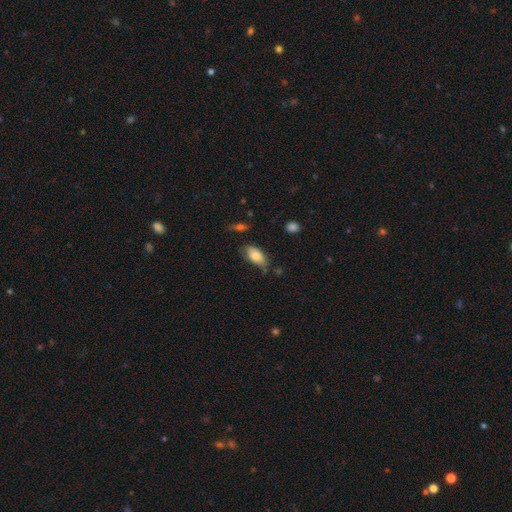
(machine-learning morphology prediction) Smooth or featured?
  - smooth: 80% *
  - featured or disk: 13%
  - star or artifact: 7%
How rounded?
  - in between: 92% *
  - cigar-shaped: 5%
  - round: 3%
Merging?
  - none: 56% *
  - minor disturbance: 32%
  - major disturbance: 8%
  - merger: 4%